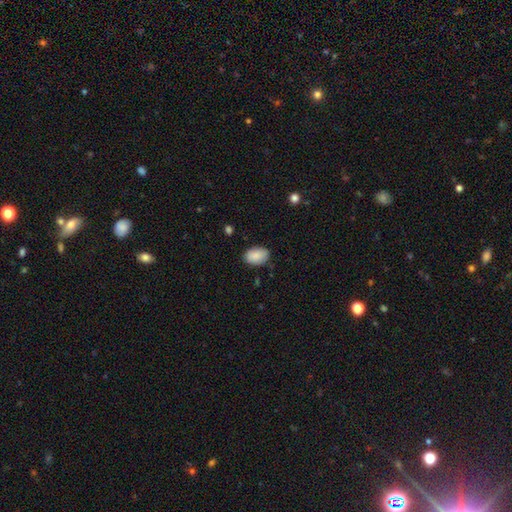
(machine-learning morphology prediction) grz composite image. It shows a smooth galaxy with no disk features (89%) that is in between round and cigar-shaped (87%). Merging: none (83%).